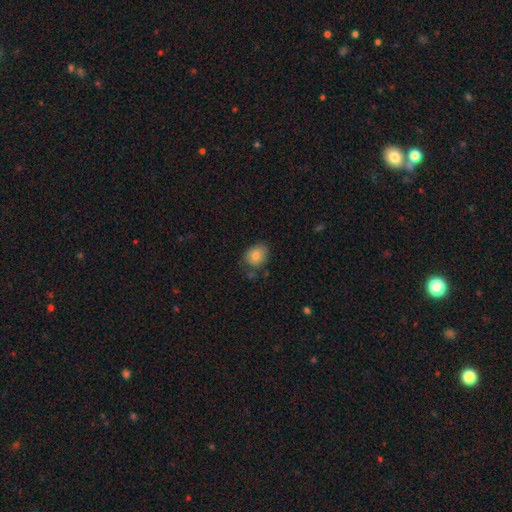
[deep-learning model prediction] Q: Smooth or featured?
A: smooth (82%); runner-up: featured or disk (9%)
Q: How rounded?
A: in between (56%); runner-up: round (43%)
Q: Merging?
A: none (71%); runner-up: minor disturbance (21%)